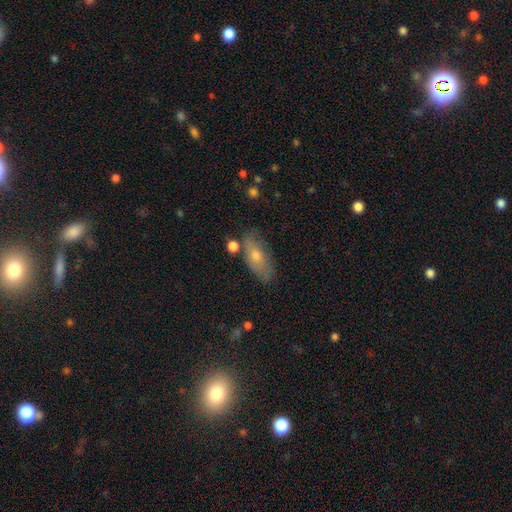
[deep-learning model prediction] This is possibly a smooth galaxy (53%). How rounded: clearly in between (83%). Merging: likely none (71%).